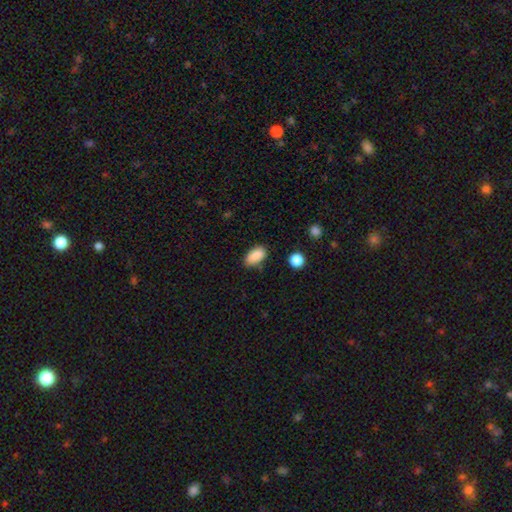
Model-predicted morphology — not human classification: smooth 88%, star or artifact 8%, featured or disk 4%. Down the decision tree: how rounded — in between (92%); merging — none (78%).